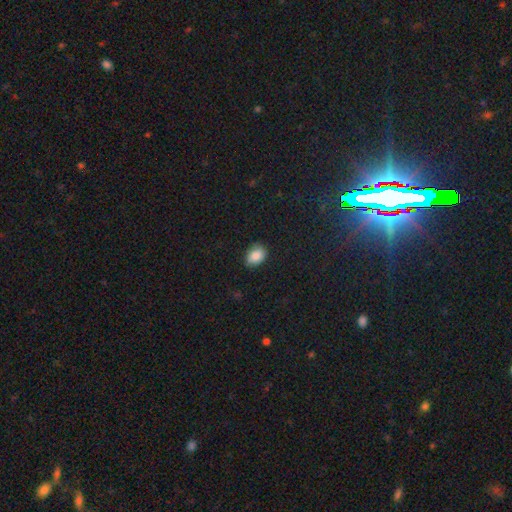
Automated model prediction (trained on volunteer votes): Morphology: type=smooth (86%); roundness=in between (79%); merging=none (79%).